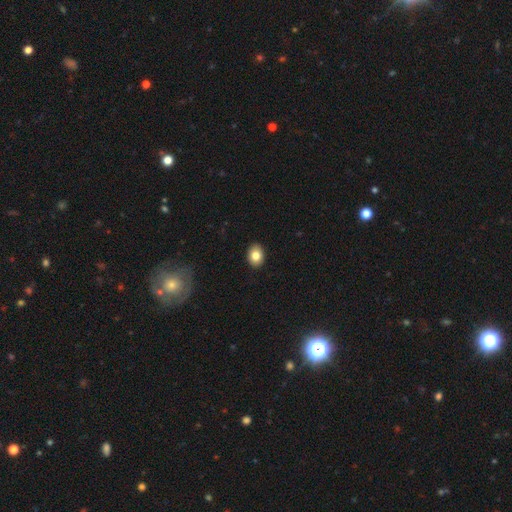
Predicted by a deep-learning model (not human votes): The model was most divided on "how rounded": in between: 65%, round: 34%, cigar-shaped: 1%. More confident: merging — none (90%); smooth or featured — smooth (83%).